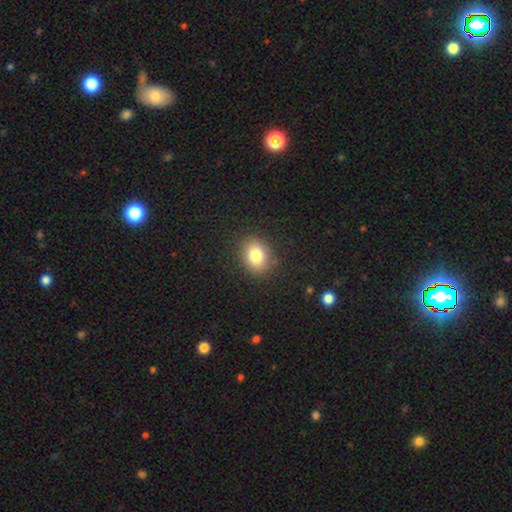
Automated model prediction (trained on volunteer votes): Smooth or featured? smooth (80%)
How rounded? in between (50%)
Merging? none (86%)